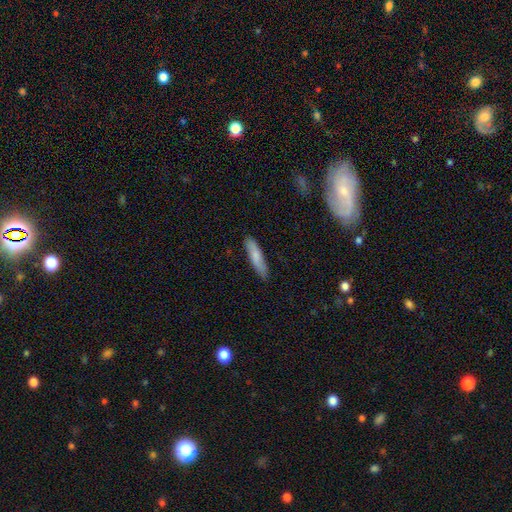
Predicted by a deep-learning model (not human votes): Overall: smooth (76%). How rounded: cigar-shaped (79%). Merging: none (84%).